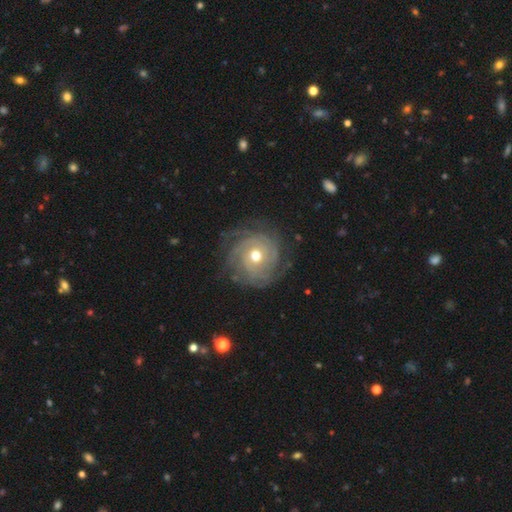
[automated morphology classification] A featured or disk galaxy (84%) with no bar (78%), tight (76%) spiral arms (95%) and a moderate central bulge (68%).

Vote fractions:
- Smooth or featured? featured or disk: 84% / smooth: 9% / star or artifact: 6%
- Edge-on disk? no: 97% / yes: 3%
- Bar? no: 78% / weak: 17% / strong: 5%
- Spiral arms? yes: 95% / no: 5%
- Spiral winding? tight: 76% / medium: 19% / loose: 5%
- Spiral arm count? can't tell: 31% / 3: 22% / 4: 17% / 2: 12% / more than 4: 11% / 1: 7%
- Bulge size? moderate: 68% / small: 25% / large: 5% / dominant: 1% / none: 1%
- Merging? none: 75% / minor disturbance: 15% / major disturbance: 8% / merger: 1%